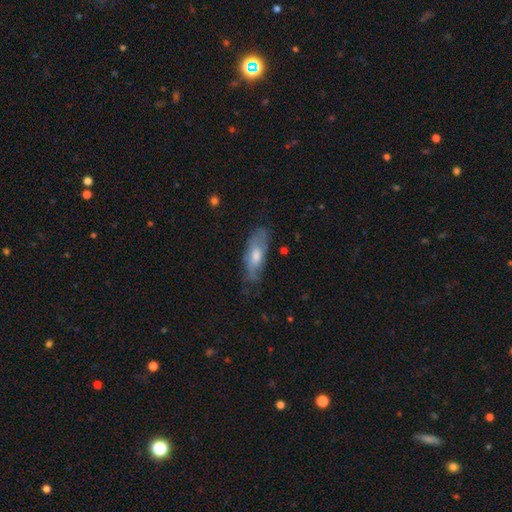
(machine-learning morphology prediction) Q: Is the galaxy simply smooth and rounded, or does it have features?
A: smooth — 53%.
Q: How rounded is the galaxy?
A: in between — 63%.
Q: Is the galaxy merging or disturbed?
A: none — 63%.